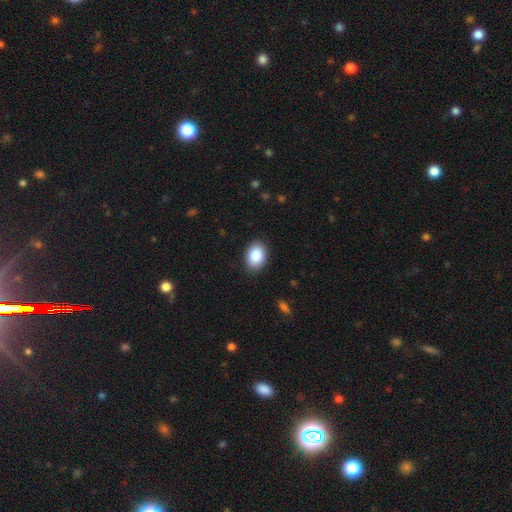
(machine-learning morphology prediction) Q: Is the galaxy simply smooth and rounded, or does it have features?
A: smooth — 88%.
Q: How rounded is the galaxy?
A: in between — 82%.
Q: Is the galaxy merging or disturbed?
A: none — 88%.